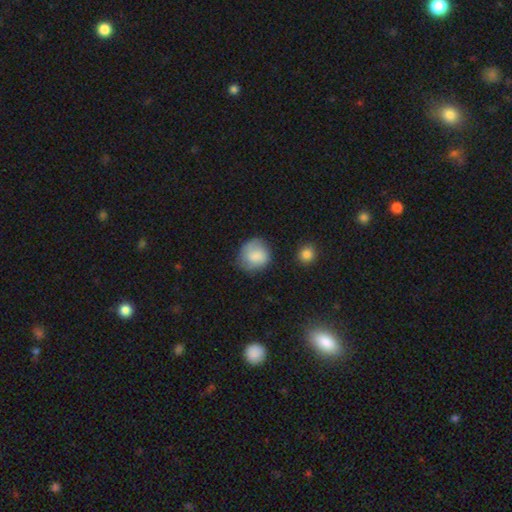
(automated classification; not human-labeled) Smooth or featured?
  - smooth: 74% *
  - featured or disk: 19%
  - star or artifact: 8%
How rounded?
  - round: 80% *
  - in between: 19%
  - cigar-shaped: 1%
Merging?
  - none: 66% *
  - minor disturbance: 24%
  - major disturbance: 7%
  - merger: 3%